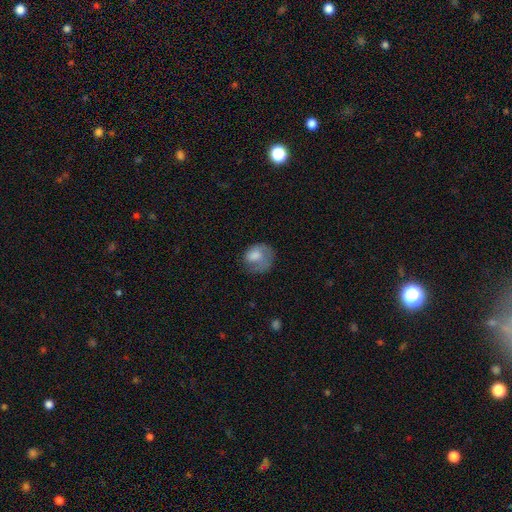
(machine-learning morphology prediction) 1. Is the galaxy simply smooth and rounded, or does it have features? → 63% smooth, 29% featured or disk, 8% star or artifact.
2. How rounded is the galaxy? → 62% round, 37% in between, 1% cigar-shaped.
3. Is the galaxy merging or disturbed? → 42% none, 30% major disturbance, 26% minor disturbance, 2% merger.